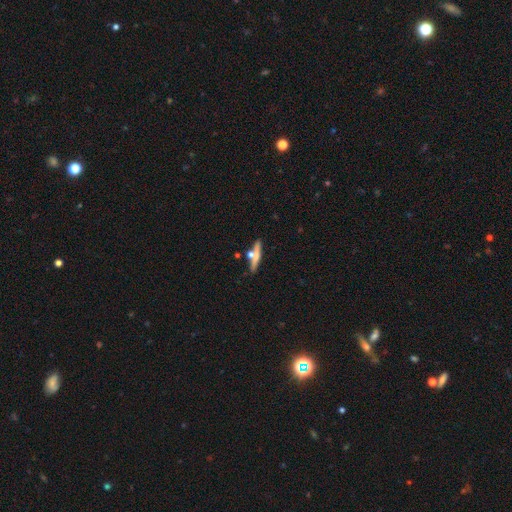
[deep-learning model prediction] smooth-or-featured: smooth: 47% | featured or disk: 46% | star or artifact: 7%
  merging: none: 64% | merger: 19% | minor disturbance: 12% | major disturbance: 4%